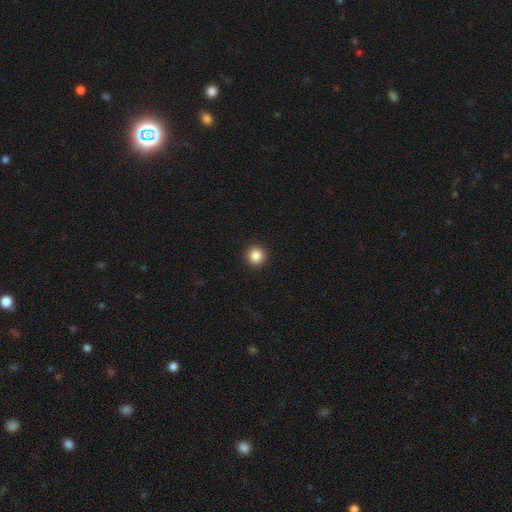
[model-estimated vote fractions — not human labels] smooth-or-featured: smooth: 87% | star or artifact: 10% | featured or disk: 3%
  how-rounded: round: 95% | in between: 4% | cigar-shaped: 1%
  merging: none: 93% | minor disturbance: 4% | major disturbance: 2% | merger: 1%